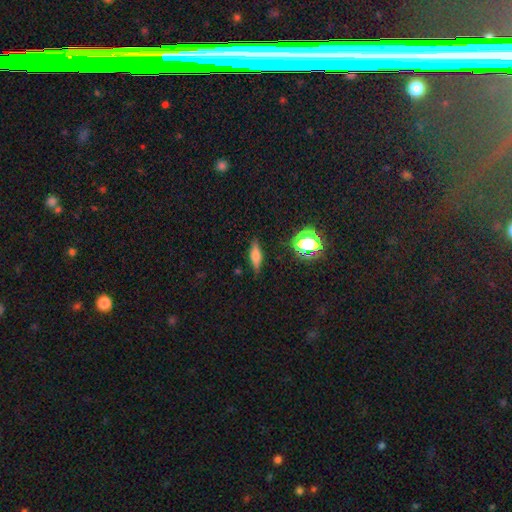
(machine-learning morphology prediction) Overall: smooth (56%; featured or disk 32%). How rounded: cigar-shaped (52%; in between 41%). Merging: none (82%).